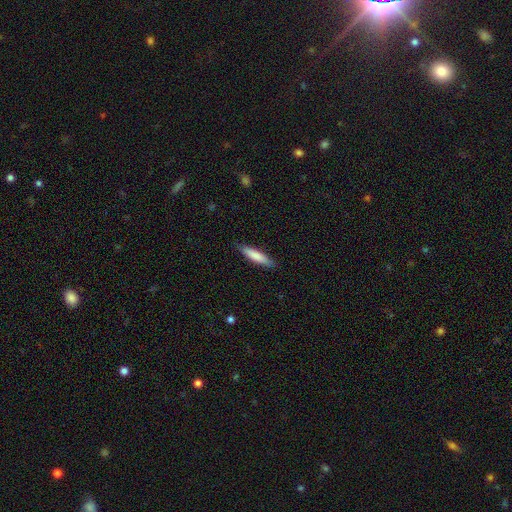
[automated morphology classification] Q: Smooth or featured?
A: smooth (79%); runner-up: featured or disk (16%)
Q: How rounded?
A: cigar-shaped (82%); runner-up: in between (16%)
Q: Merging?
A: none (87%); runner-up: minor disturbance (10%)